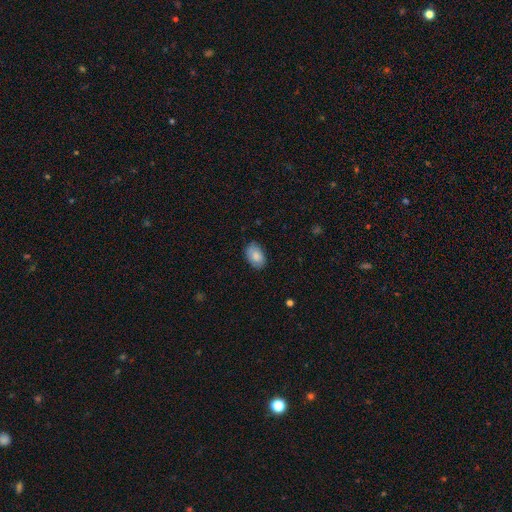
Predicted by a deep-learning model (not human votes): This is clearly a smooth galaxy (83%). How rounded: clearly in between (90%). Merging: clearly none (83%).